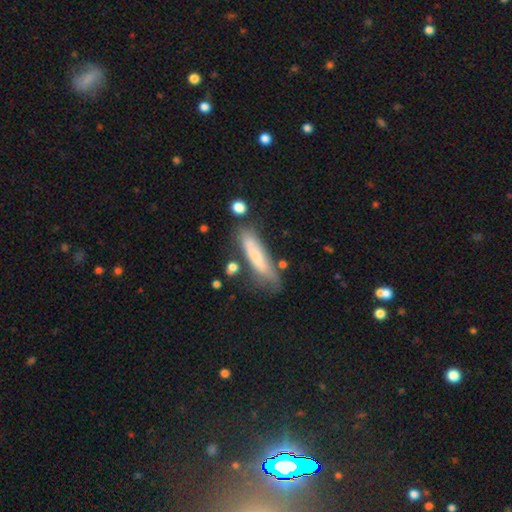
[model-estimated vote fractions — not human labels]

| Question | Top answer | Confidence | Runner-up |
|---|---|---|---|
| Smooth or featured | smooth | 67% | featured or disk (26%) |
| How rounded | cigar-shaped | 76% | in between (22%) |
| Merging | none | 60% | minor disturbance (24%) |